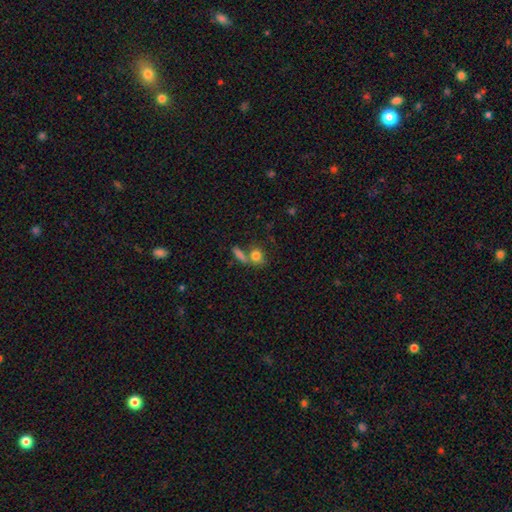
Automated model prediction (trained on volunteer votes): The model was most divided on "how rounded": round: 56%, in between: 38%, cigar-shaped: 6%. More confident: smooth or featured — smooth (79%); merging — none (52%).